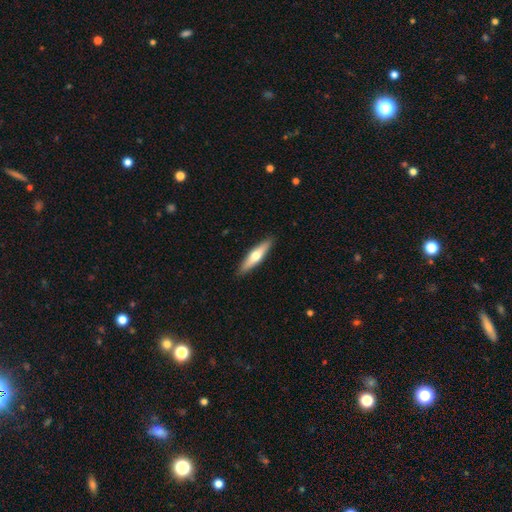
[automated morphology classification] smooth 53%, featured or disk 42%, star or artifact 5%. Down the decision tree: how rounded — cigar-shaped (76%); merging — none (90%).